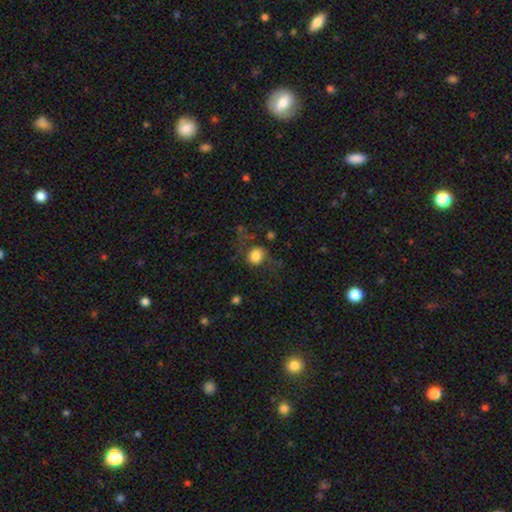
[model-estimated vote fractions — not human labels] A smooth galaxy with no disk features (79%) that is round (73%). Merging: none (58%).